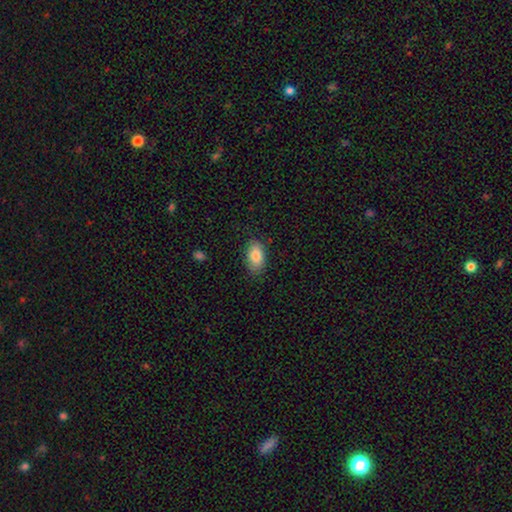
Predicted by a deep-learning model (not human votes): smooth 83%, featured or disk 10%, star or artifact 7%. Down the decision tree: how rounded — in between (93%); merging — none (85%).